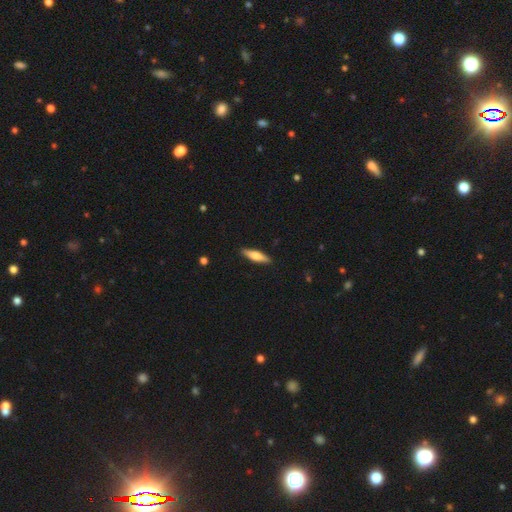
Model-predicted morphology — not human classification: This appears to be a smooth galaxy with no disk features (60%) that is cigar-shaped (72%). Merging: none (89%).